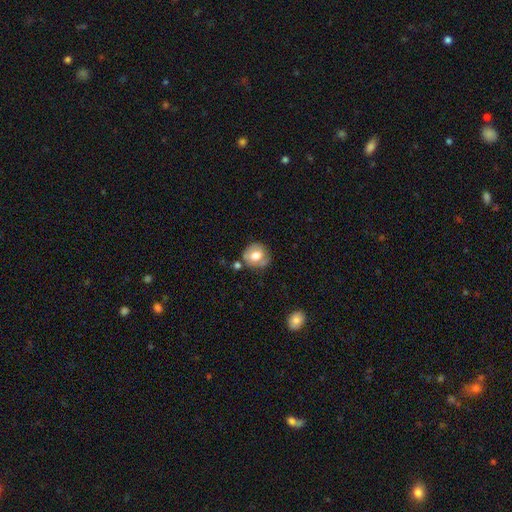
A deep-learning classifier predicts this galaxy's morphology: A smooth galaxy with no disk features (63%) that is round (79%). Merging: none (66%).